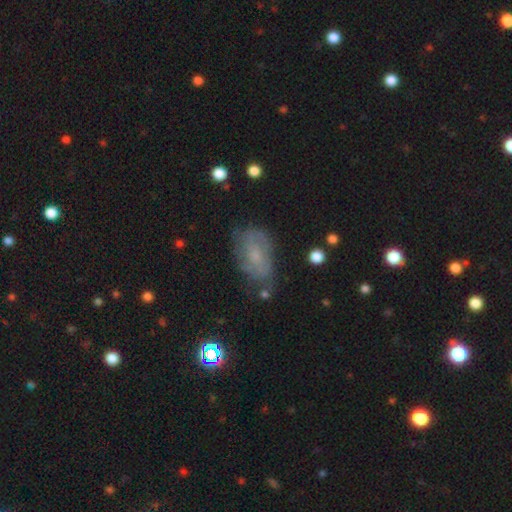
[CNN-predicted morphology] Smooth or featured? featured or disk (46%)
Merging? none (61%)